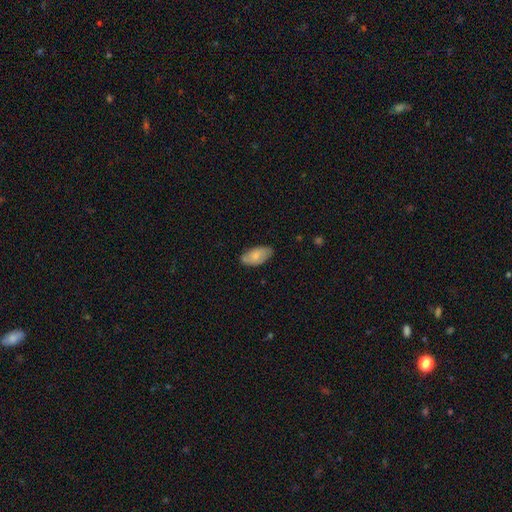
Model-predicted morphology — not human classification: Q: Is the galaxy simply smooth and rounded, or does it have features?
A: smooth — 72%.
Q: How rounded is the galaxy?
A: in between — 94%.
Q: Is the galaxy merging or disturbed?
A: none — 74%.